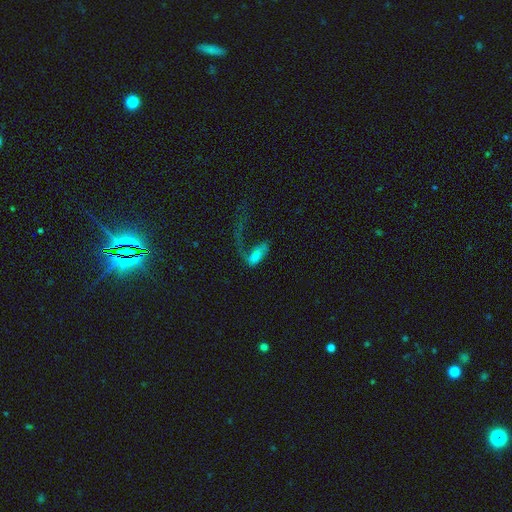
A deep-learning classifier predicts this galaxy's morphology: Smooth or featured? smooth (53%)
How rounded? in between (78%)
Merging? major disturbance (63%)